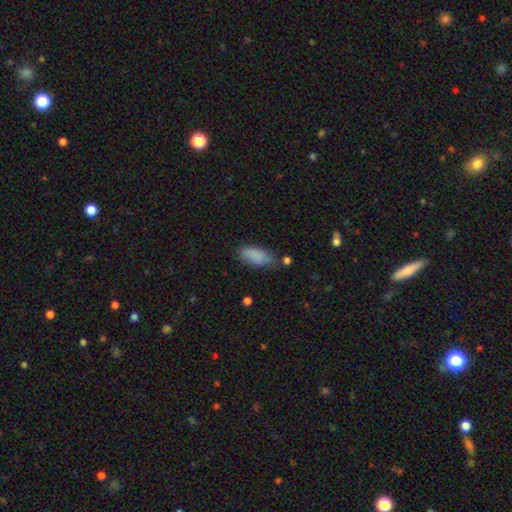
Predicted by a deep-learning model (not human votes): Smooth or featured: smooth — 85% (star or artifact — 8%)
How rounded: in between — 85% (cigar-shaped — 12%)
Merging: none — 63% (minor disturbance — 26%)